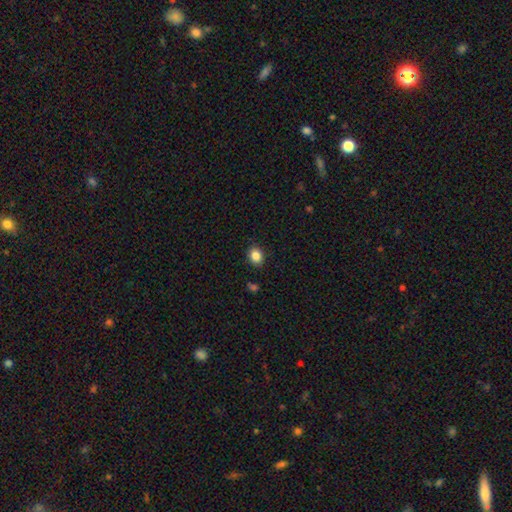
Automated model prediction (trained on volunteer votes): smooth_or_featured: smooth (p=0.86) [alt: star or artifact p=0.10]
how_rounded: in between (p=0.50) [alt: round p=0.49]
merging: none (p=0.88) [alt: minor disturbance p=0.09]